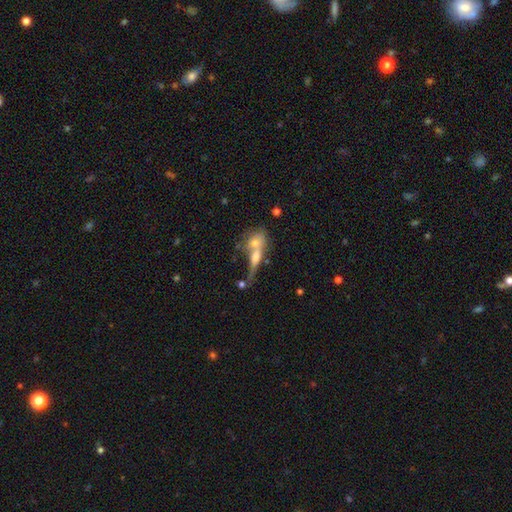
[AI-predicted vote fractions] Smooth or featured: smooth — 48% (featured or disk — 40%)
Merging: merger — 52% (none — 27%)